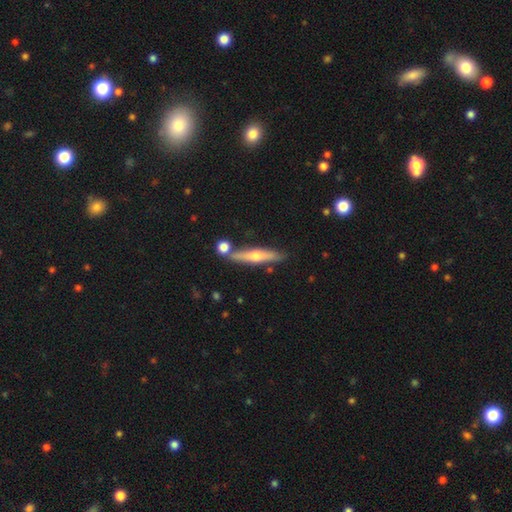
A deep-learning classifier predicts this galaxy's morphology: This is possibly a featured or disk galaxy (58%). It is clearly viewed edge-on (94%). Edge-on bulge: clearly rounded (88%). Merging: likely none (77%).